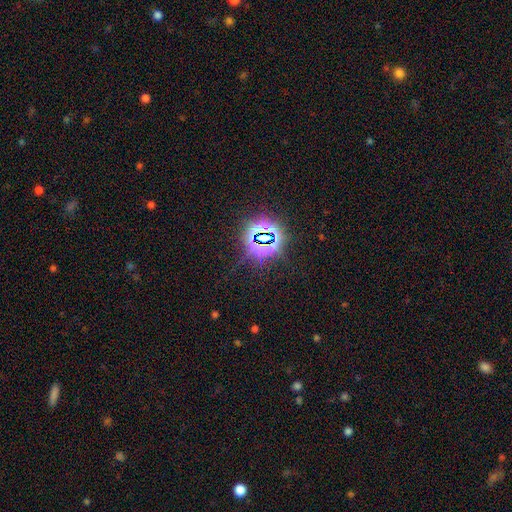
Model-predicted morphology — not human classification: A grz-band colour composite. It shows a star or artifact, not a galaxy (82%).